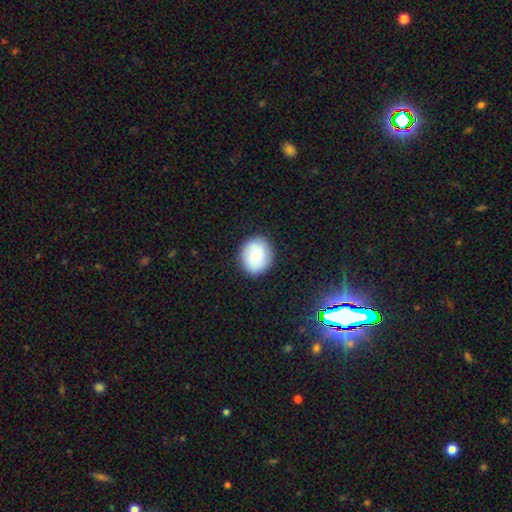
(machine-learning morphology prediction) Smooth or featured?
  - smooth: 78% *
  - featured or disk: 15%
  - star or artifact: 7%
How rounded?
  - round: 69% *
  - in between: 30%
  - cigar-shaped: 1%
Merging?
  - none: 88% *
  - minor disturbance: 9%
  - major disturbance: 2%
  - merger: 1%